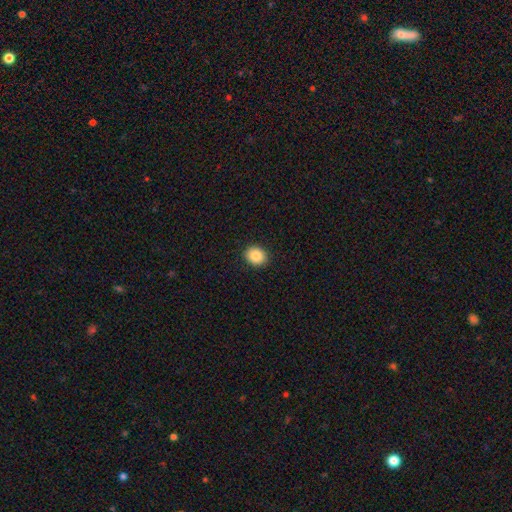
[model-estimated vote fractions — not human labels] Q: Smooth or featured?
A: smooth (87%); runner-up: star or artifact (9%)
Q: How rounded?
A: round (65%); runner-up: in between (34%)
Q: Merging?
A: none (91%); runner-up: minor disturbance (6%)